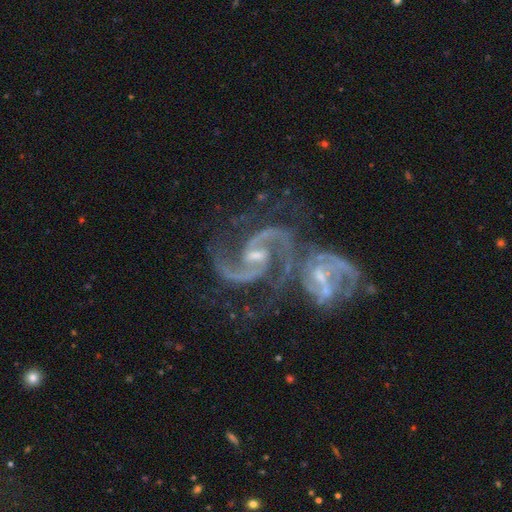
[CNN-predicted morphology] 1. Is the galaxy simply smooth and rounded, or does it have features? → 92% featured or disk, 5% star or artifact, 3% smooth.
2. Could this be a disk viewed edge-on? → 98% no, 2% yes.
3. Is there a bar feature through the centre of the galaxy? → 50% weak, 27% strong, 24% no.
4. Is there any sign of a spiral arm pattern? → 98% yes, 2% no.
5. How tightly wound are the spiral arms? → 62% medium, 19% tight, 19% loose.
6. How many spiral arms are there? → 91% 2, 3% can't tell, 3% 3, 2% 1, 1% 4, 1% more than 4.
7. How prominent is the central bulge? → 54% small, 35% moderate, 7% none, 2% large, 1% dominant.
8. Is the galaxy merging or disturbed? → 63% merger, 20% none, 10% minor disturbance, 8% major disturbance.